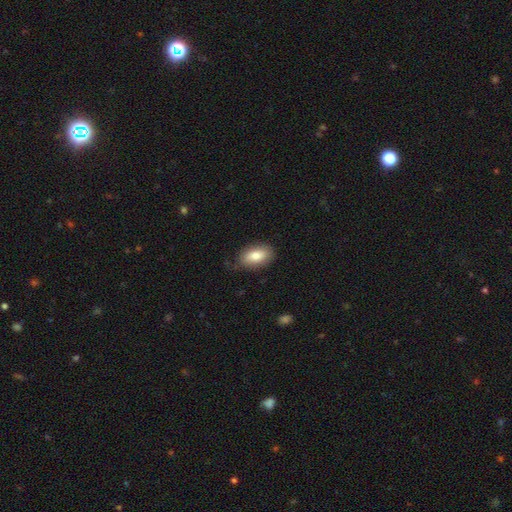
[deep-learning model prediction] Overall: smooth (82%). How rounded: in between (91%). Merging: none (81%).